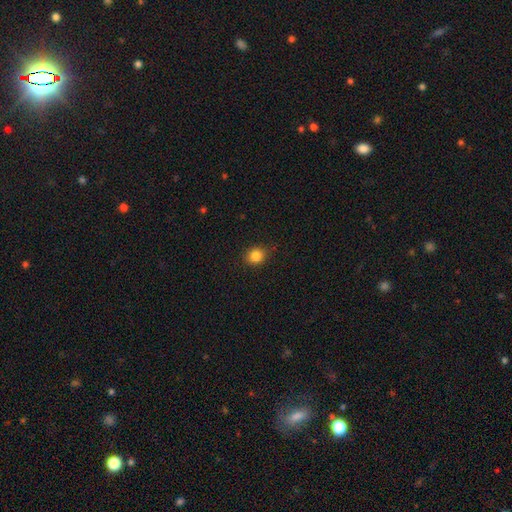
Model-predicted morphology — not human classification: The model was most divided on "how rounded": round: 74%, in between: 25%, cigar-shaped: 1%. More confident: merging — none (85%); smooth or featured — smooth (84%).